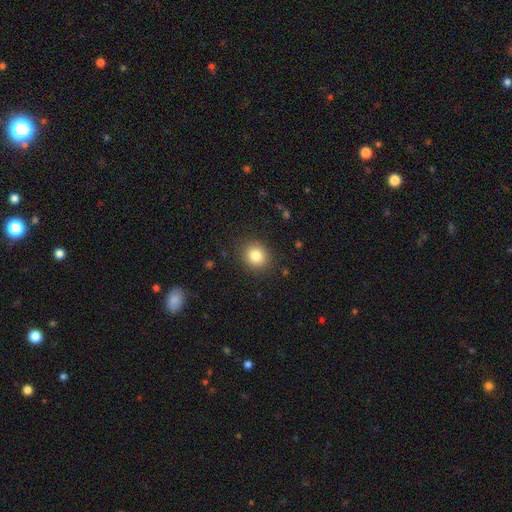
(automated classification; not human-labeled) Q: Smooth or featured?
A: smooth (82%); runner-up: star or artifact (11%)
Q: How rounded?
A: round (81%); runner-up: in between (18%)
Q: Merging?
A: none (88%); runner-up: minor disturbance (8%)